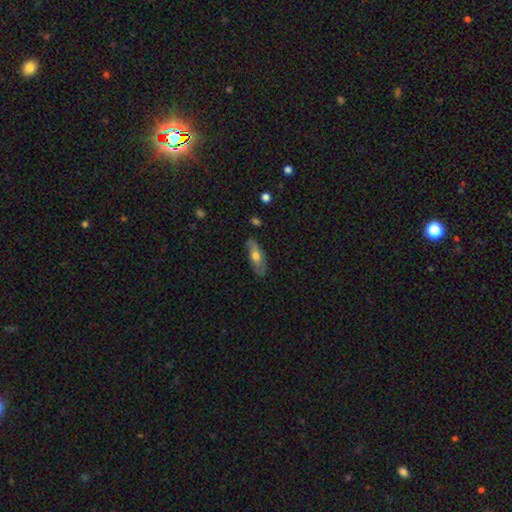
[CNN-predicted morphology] type=smooth (58%); roundness=in between (65%); merging=none (81%).